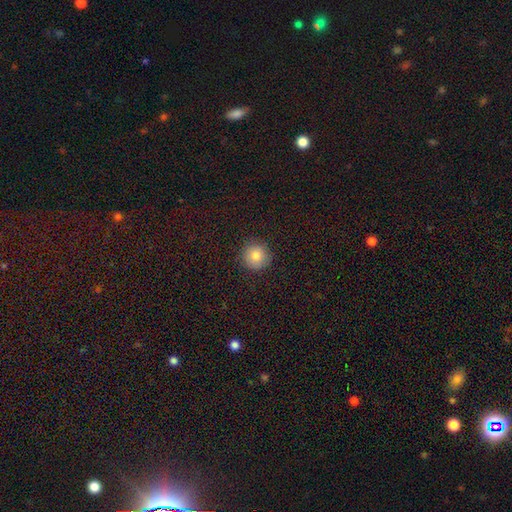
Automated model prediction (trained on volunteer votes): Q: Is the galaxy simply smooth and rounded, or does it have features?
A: smooth — 81%.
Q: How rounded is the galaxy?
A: round — 94%.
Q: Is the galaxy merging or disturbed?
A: none — 89%.